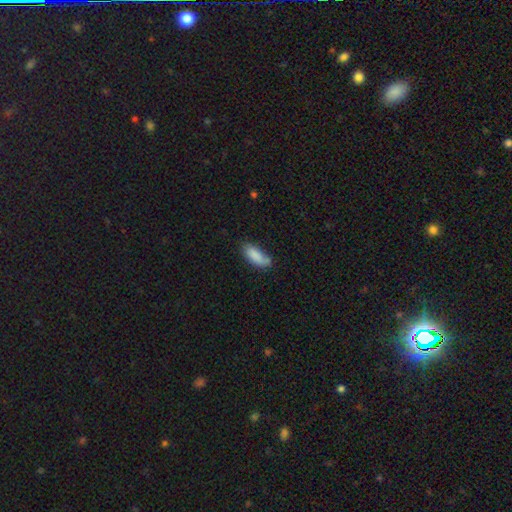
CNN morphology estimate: A smooth galaxy with no disk features (85%) that is in between round and cigar-shaped (78%).

Vote fractions:
- Smooth or featured? smooth: 85% / featured or disk: 7% / star or artifact: 7%
- How rounded? in between: 78% / cigar-shaped: 20% / round: 2%
- Merging? none: 60% / minor disturbance: 27% / major disturbance: 7% / merger: 6%